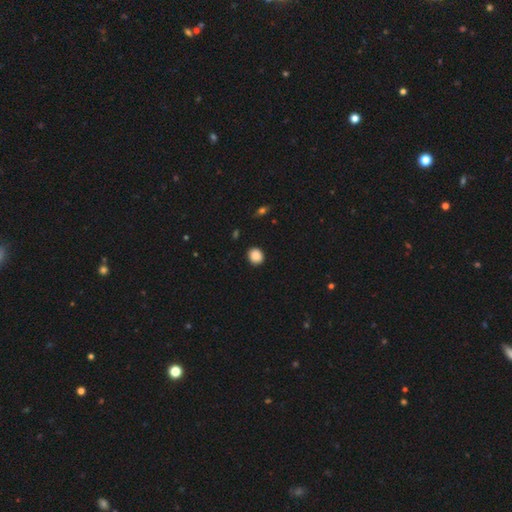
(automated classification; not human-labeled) This appears to be a smooth galaxy with no disk features (88%) that is round (75%). Merging: none (89%).